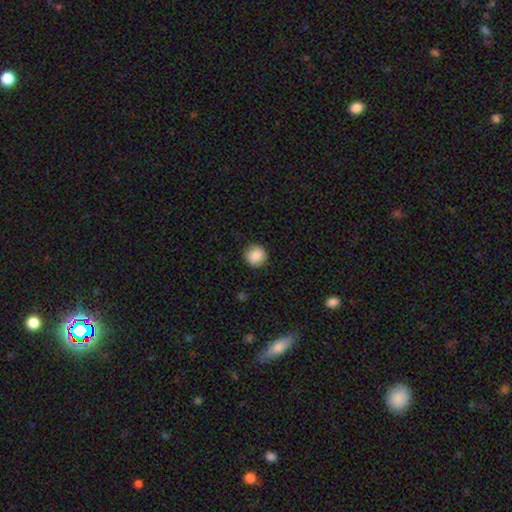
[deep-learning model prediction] Smooth or featured? smooth (87%)
How rounded? round (92%)
Merging? none (89%)